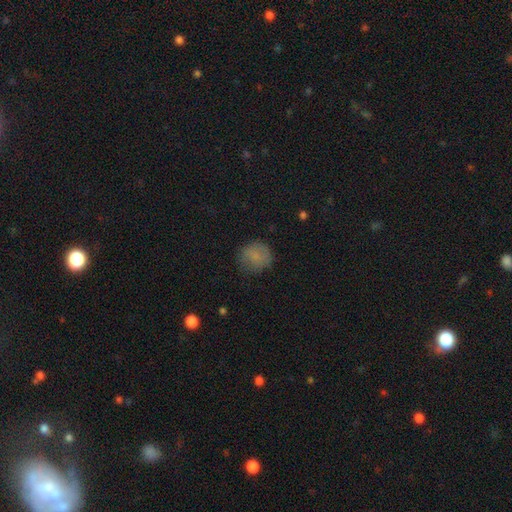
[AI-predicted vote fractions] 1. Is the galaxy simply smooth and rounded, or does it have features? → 79% smooth, 11% star or artifact, 11% featured or disk.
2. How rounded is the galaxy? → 87% round, 12% in between, 1% cigar-shaped.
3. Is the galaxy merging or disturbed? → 74% none, 19% minor disturbance, 6% major disturbance, 1% merger.